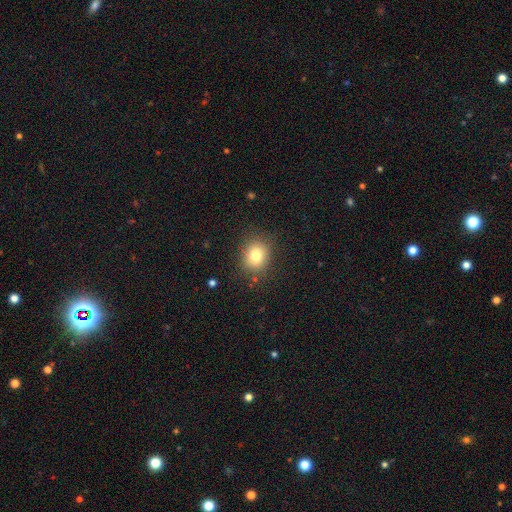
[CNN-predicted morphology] Smooth or featured: smooth — 78% (star or artifact — 12%)
How rounded: round — 70% (in between — 29%)
Merging: none — 84% (minor disturbance — 11%)